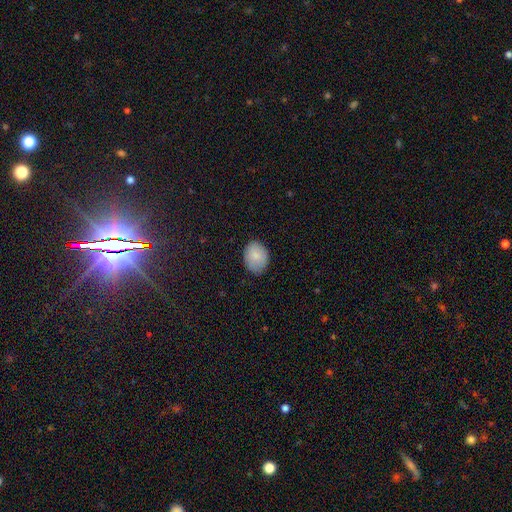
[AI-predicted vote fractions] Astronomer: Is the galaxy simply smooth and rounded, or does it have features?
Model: smooth — 85%.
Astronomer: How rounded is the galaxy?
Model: in between — 57% (runner-up: round, 43%).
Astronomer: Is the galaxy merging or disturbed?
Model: none — 82%.